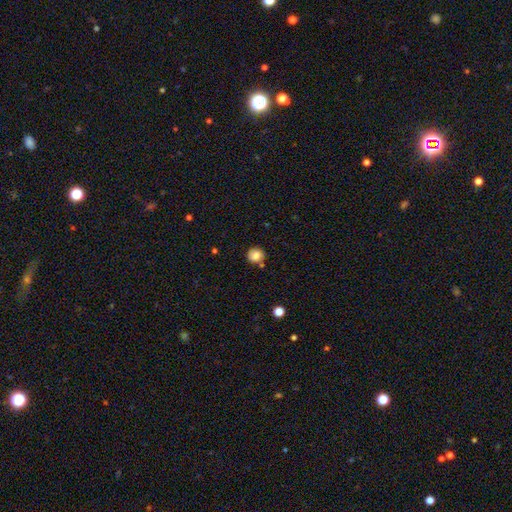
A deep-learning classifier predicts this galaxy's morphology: The model was most divided on "merging": none: 77%, minor disturbance: 13%, merger: 8%, major disturbance: 3%. More confident: how rounded — round (87%); smooth or featured — smooth (84%).